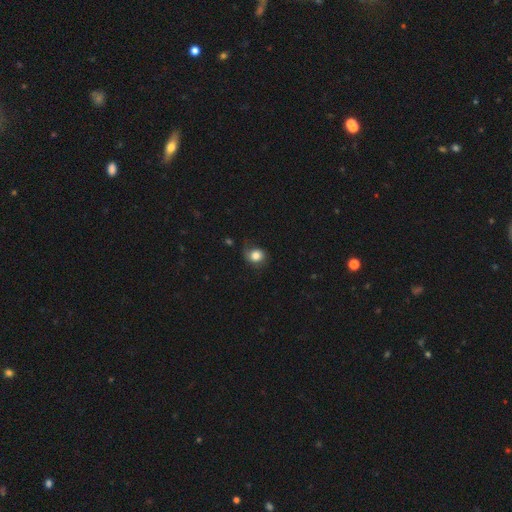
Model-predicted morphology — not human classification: Smooth or featured? smooth (78%)
How rounded? round (70%)
Merging? none (55%)